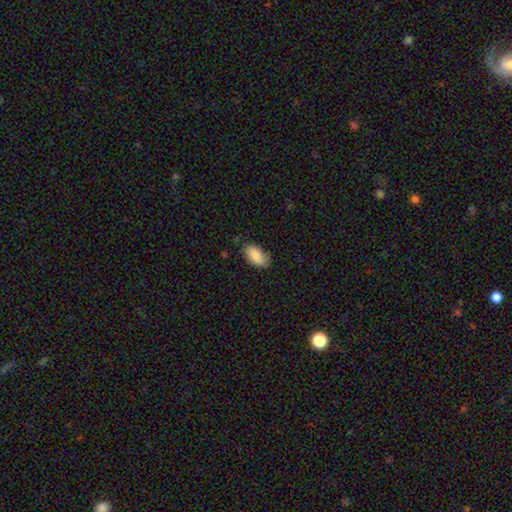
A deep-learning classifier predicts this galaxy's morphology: Smooth or featured? smooth (86%)
How rounded? in between (94%)
Merging? none (77%)